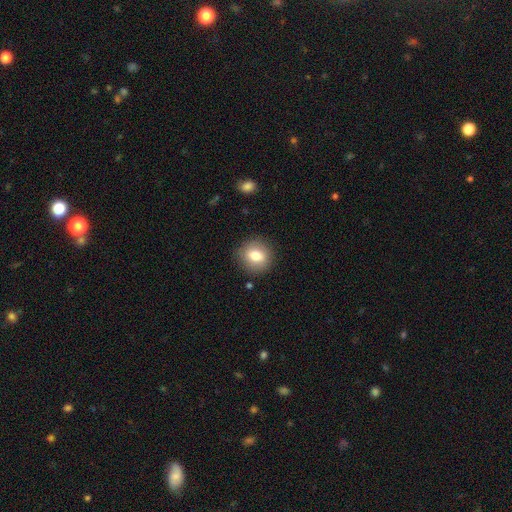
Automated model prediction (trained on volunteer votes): Smooth or featured? Predicted: smooth (p=0.77). How rounded? Predicted: round (p=0.79). Merging? Predicted: none (p=0.87).